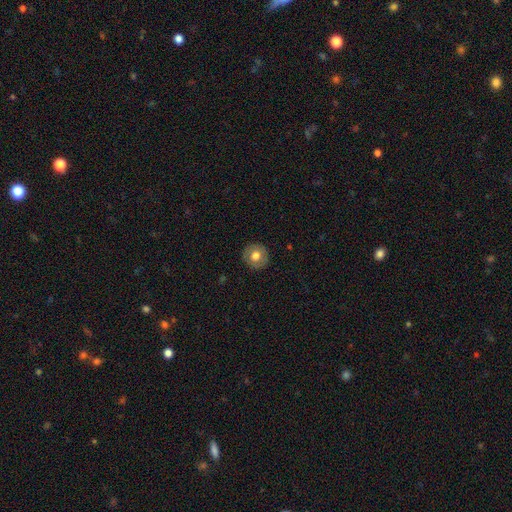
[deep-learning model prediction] Smooth or featured: smooth — 70% (featured or disk — 22%)
How rounded: round — 92% (in between — 7%)
Merging: none — 90% (minor disturbance — 7%)